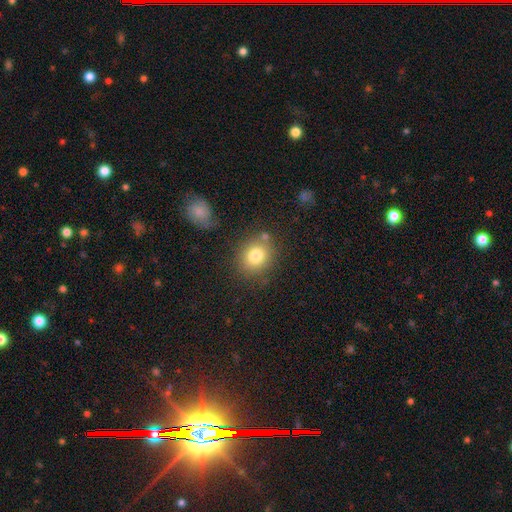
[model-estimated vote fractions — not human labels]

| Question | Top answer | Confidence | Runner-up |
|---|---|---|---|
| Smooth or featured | smooth | 80% | star or artifact (10%) |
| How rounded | round | 66% | in between (34%) |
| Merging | none | 77% | minor disturbance (12%) |